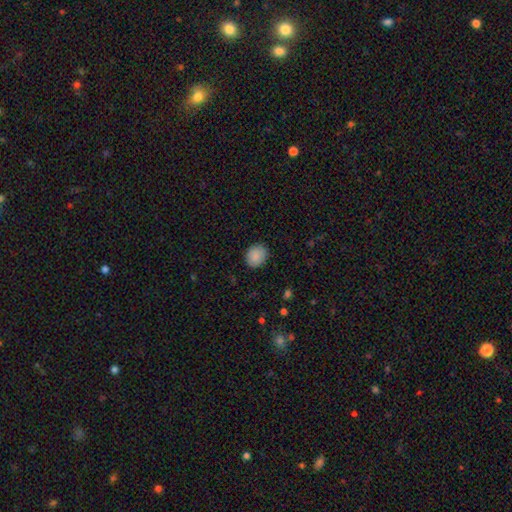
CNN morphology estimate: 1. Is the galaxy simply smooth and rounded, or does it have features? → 89% smooth, 8% star or artifact, 4% featured or disk.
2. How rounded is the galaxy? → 65% round, 34% in between, 1% cigar-shaped.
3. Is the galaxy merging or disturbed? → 87% none, 10% minor disturbance, 2% major disturbance, 1% merger.